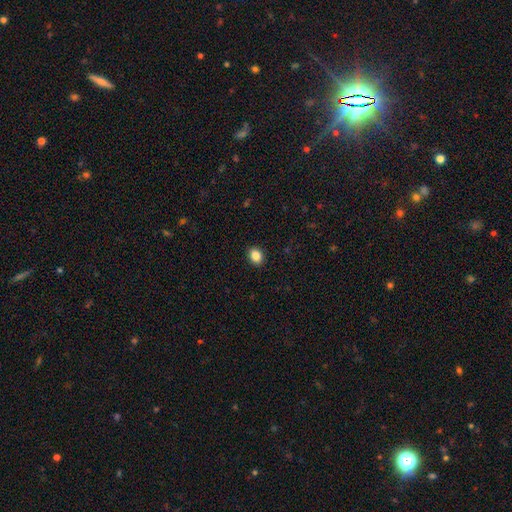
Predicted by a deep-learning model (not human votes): Smooth or featured?
  - smooth: 87% *
  - star or artifact: 9%
  - featured or disk: 4%
How rounded?
  - in between: 53% *
  - round: 46%
  - cigar-shaped: 1%
Merging?
  - none: 91% *
  - minor disturbance: 6%
  - major disturbance: 2%
  - merger: 1%